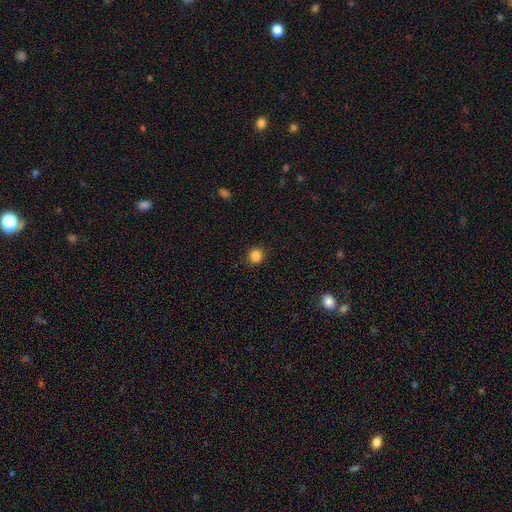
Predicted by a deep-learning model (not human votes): smooth-or-featured: smooth: 85% | star or artifact: 12% | featured or disk: 3%
  how-rounded: round: 87% | in between: 12% | cigar-shaped: 1%
  merging: none: 90% | minor disturbance: 7% | major disturbance: 2% | merger: 1%